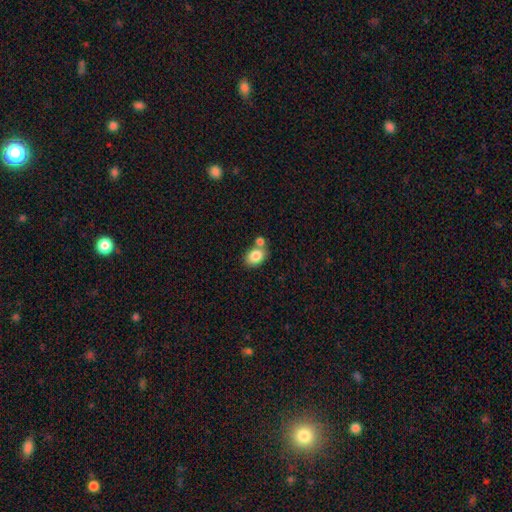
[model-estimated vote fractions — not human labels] smooth-or-featured: smooth: 84% | featured or disk: 8% | star or artifact: 8%
  how-rounded: in between: 70% | round: 29% | cigar-shaped: 1%
  merging: none: 56% | merger: 28% | minor disturbance: 12% | major disturbance: 4%